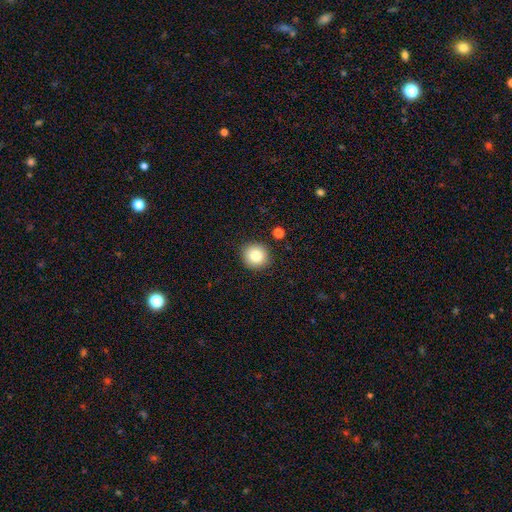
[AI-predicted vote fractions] Smooth or featured? smooth (84%)
How rounded? round (89%)
Merging? none (89%)